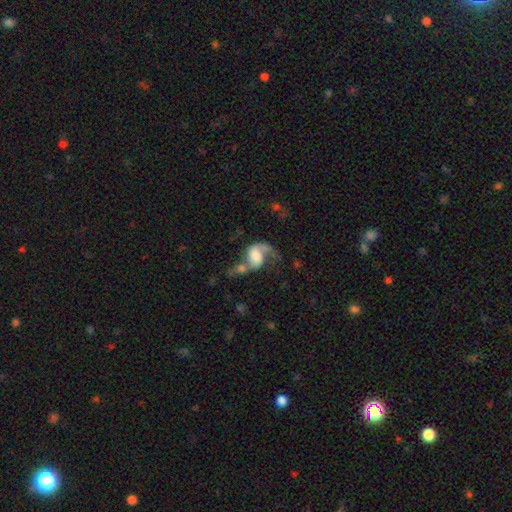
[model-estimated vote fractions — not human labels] This appears to be a featured or disk galaxy (66%) with no bar (60%), 1 (53%) loose (66%) spiral arms (88%) and a large central bulge (34%). Merging: merger (35%).